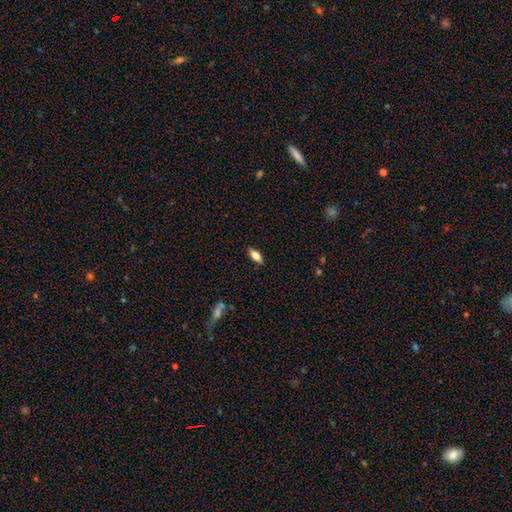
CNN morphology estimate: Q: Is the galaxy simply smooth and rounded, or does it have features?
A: smooth — 72%.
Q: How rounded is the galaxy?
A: in between — 74%.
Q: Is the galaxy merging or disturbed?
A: none — 87%.